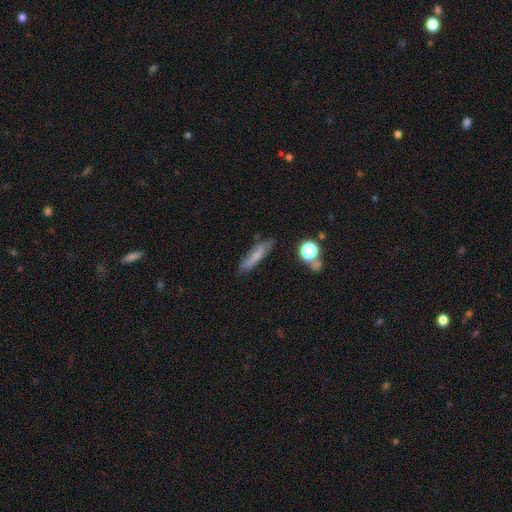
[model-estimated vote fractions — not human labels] Smooth or featured?
  - smooth: 58% *
  - featured or disk: 31%
  - star or artifact: 11%
How rounded?
  - cigar-shaped: 78% *
  - in between: 18%
  - round: 4%
Merging?
  - none: 71% *
  - minor disturbance: 20%
  - major disturbance: 6%
  - merger: 3%